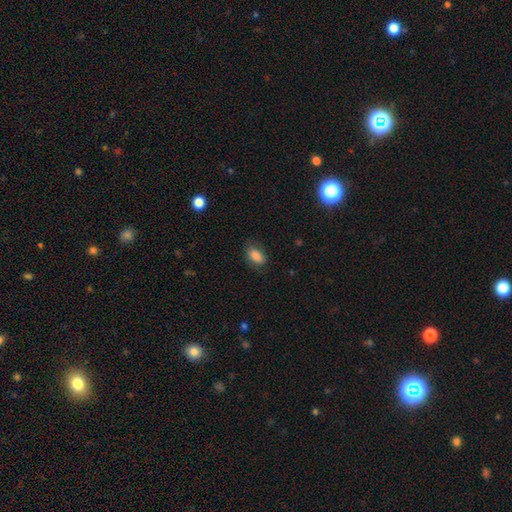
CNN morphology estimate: A smooth galaxy with no disk features (82%) that is in between round and cigar-shaped (89%). Merging: none (75%).